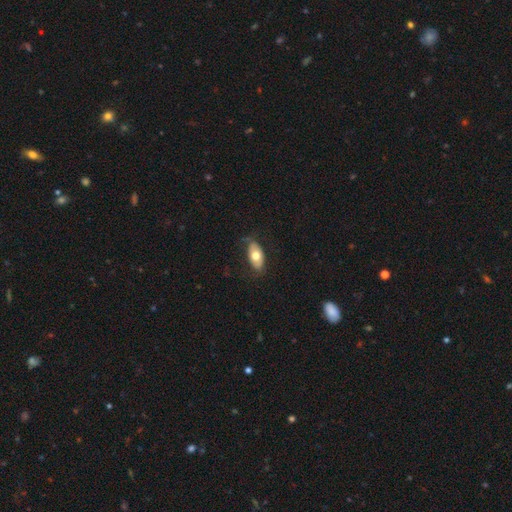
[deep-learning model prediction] This is likely a smooth galaxy (65%). How rounded: clearly in between (92%). Merging: likely none (74%).